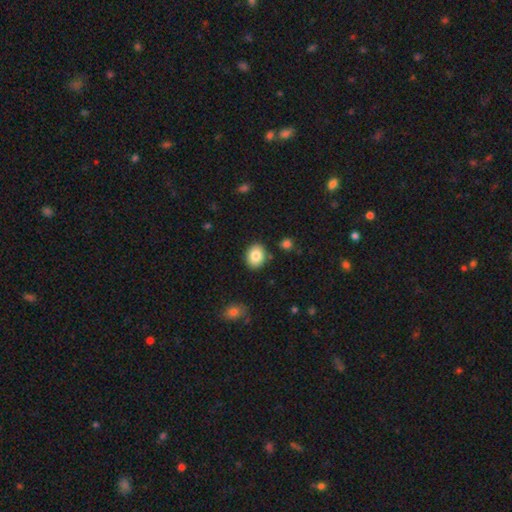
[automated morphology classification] The model was most divided on "how rounded": in between: 53%, round: 47%, cigar-shaped: 1%. More confident: merging — none (86%); smooth or featured — smooth (84%).